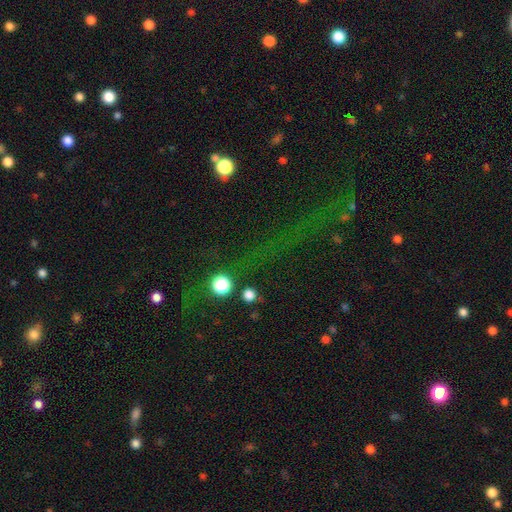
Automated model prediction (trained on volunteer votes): Smooth or featured?
  - star or artifact: 64% *
  - smooth: 25%
  - featured or disk: 11%